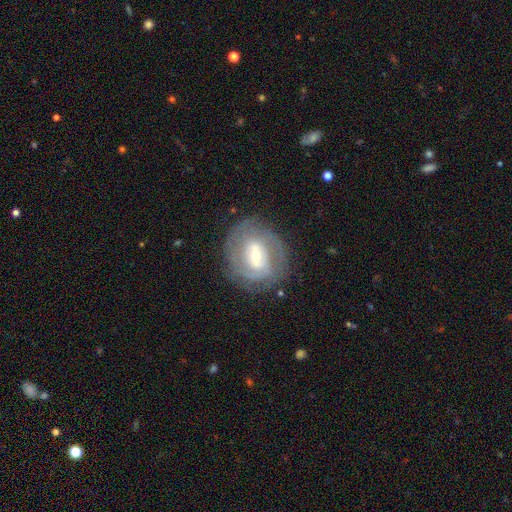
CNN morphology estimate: smooth_or_featured: featured or disk (p=0.75) [alt: smooth p=0.19]
disk_edge_on: no (p=0.96) [alt: yes p=0.04]
bar: weak (p=0.46) [alt: strong p=0.27]
has_spiral_arms: yes (p=0.76) [alt: no p=0.24]
spiral_winding: tight (p=0.65) [alt: medium p=0.26]
spiral_arm_count: can't tell (p=0.43) [alt: 2 p=0.35]
bulge_size: moderate (p=0.50) [alt: small p=0.44]
merging: none (p=0.76) [alt: minor disturbance p=0.15]